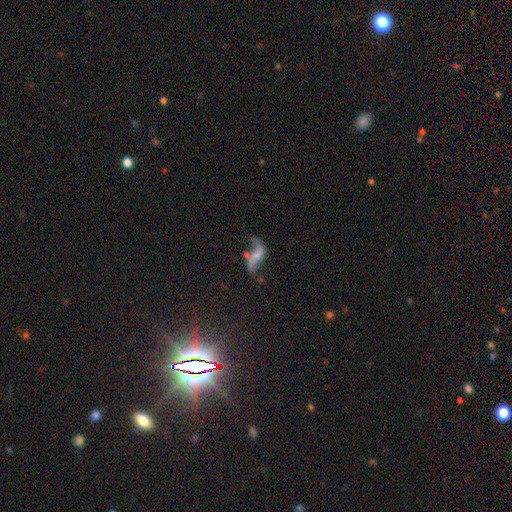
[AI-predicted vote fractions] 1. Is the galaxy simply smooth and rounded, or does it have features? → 73% featured or disk, 18% smooth, 10% star or artifact.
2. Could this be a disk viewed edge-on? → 95% no, 5% yes.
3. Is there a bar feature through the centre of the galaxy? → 47% no, 36% weak, 18% strong.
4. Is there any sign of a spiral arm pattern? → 87% yes, 13% no.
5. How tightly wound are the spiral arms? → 91% loose, 7% medium, 2% tight.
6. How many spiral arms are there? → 81% 2, 14% 1, 3% can't tell, 1% 3, 1% 4, 1% more than 4.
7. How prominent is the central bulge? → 50% none, 30% small, 15% moderate, 4% large, 2% dominant.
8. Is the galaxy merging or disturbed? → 42% none, 26% major disturbance, 19% minor disturbance, 12% merger.